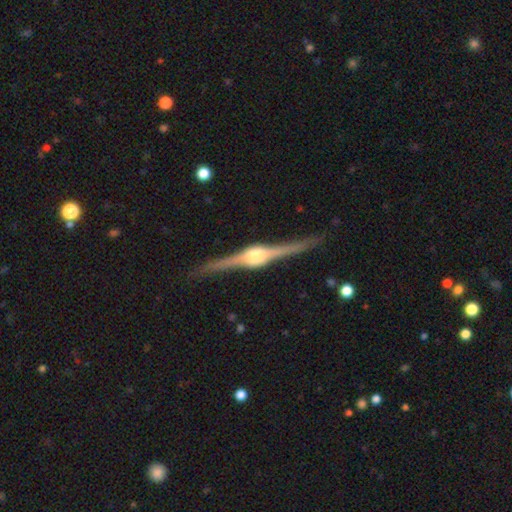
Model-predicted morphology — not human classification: featured or disk 89%, smooth 6%, star or artifact 5%. Down the decision tree: edge-on disk — yes (98%); edge-on bulge — rounded (89%); merging — none (88%).